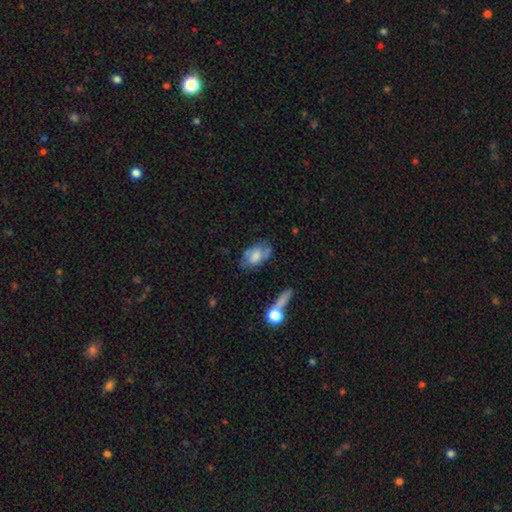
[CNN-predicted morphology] Smooth or featured?
  - featured or disk: 48% *
  - smooth: 44%
  - star or artifact: 7%
Merging?
  - none: 63% *
  - minor disturbance: 23%
  - major disturbance: 9%
  - merger: 4%